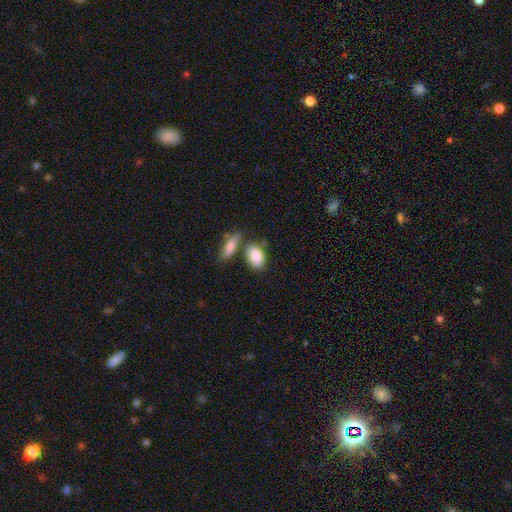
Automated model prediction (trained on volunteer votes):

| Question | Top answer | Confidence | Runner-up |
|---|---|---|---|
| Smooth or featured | smooth | 86% | featured or disk (8%) |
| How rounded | in between | 90% | round (7%) |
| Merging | none | 58% | merger (24%) |